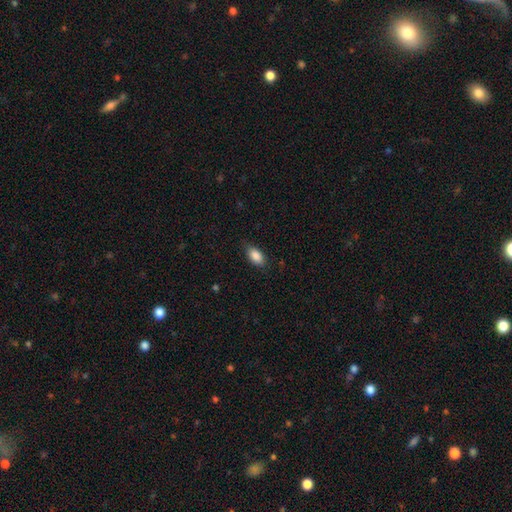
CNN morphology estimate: This appears to be a smooth galaxy with no disk features (88%) that is in between round and cigar-shaped (91%). Merging: none (80%).